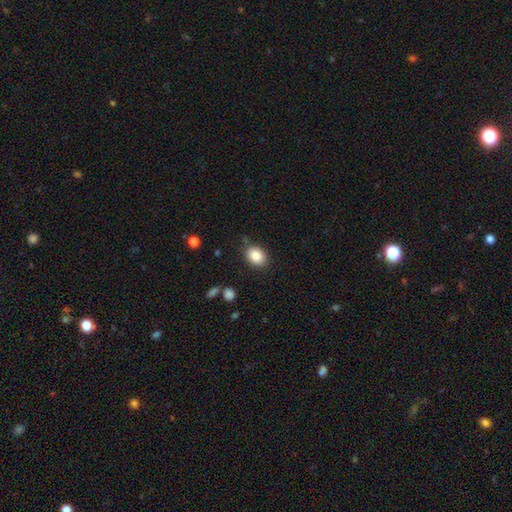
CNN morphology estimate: Smooth or featured? Predicted: smooth (p=0.85). How rounded? Predicted: in between (p=0.63). Merging? Predicted: none (p=0.84).